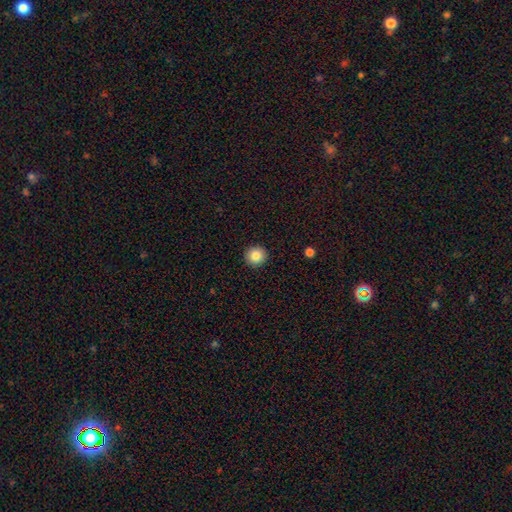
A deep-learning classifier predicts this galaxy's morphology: smooth 84%, star or artifact 10%, featured or disk 6%. Down the decision tree: how rounded — round (94%); merging — none (93%).